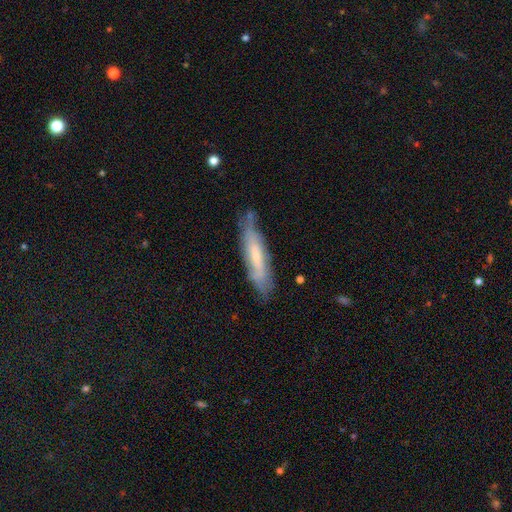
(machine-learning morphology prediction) featured or disk 49%, smooth 44%, star or artifact 7%. Down the decision tree: merging — none (69%).